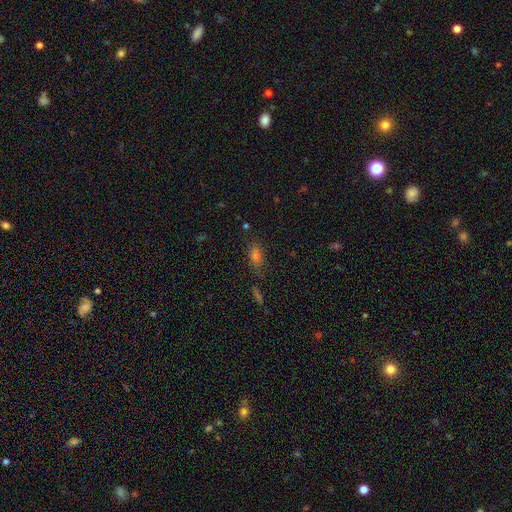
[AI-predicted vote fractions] This is likely a smooth galaxy (66%). How rounded: likely in between (79%). Merging: likely none (76%).